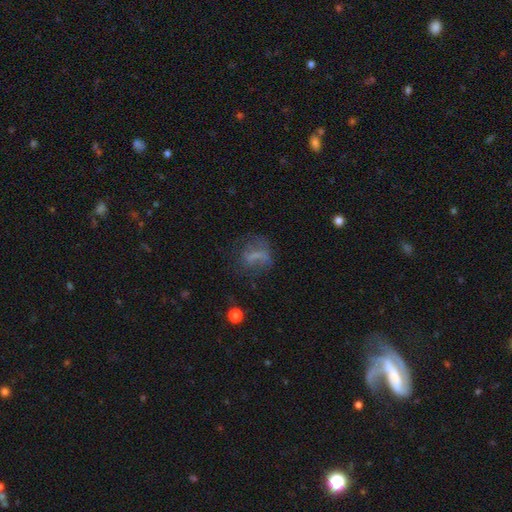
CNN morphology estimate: Smooth or featured: smooth — 42% (featured or disk — 40%)
Merging: none — 46% (major disturbance — 28%)